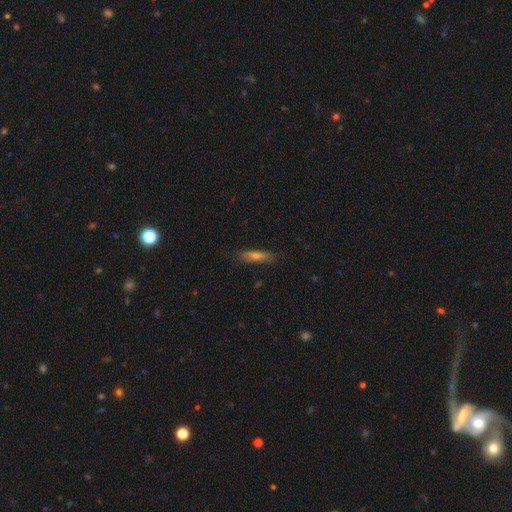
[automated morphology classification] A smooth galaxy with no disk features (51%) that is cigar-shaped (83%). Merging: none (83%).